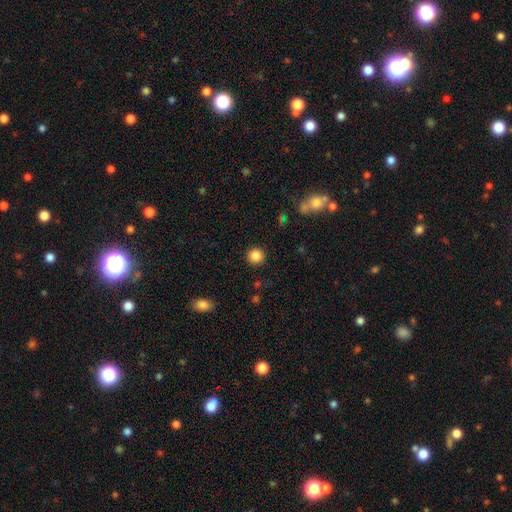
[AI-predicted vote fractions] The model was most divided on "smooth or featured": smooth: 86%, star or artifact: 11%, featured or disk: 3%. More confident: how rounded — round (94%); merging — none (91%).